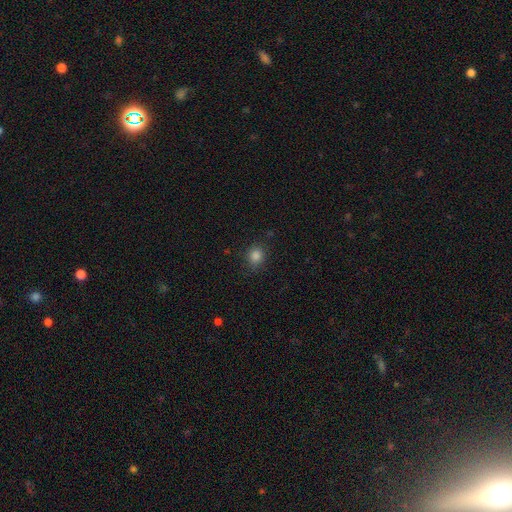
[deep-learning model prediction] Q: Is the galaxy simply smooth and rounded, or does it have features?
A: smooth — 84%.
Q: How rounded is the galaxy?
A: round — 78%.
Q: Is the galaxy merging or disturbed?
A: none — 85%.